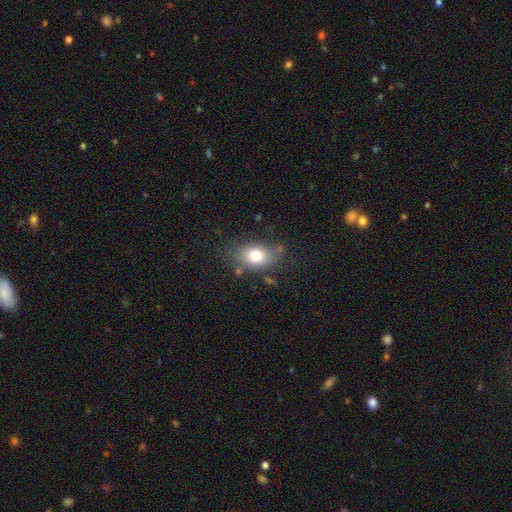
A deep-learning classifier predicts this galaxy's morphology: smooth 77%, featured or disk 13%, star or artifact 10%. Down the decision tree: how rounded — in between (73%); merging — none (71%).